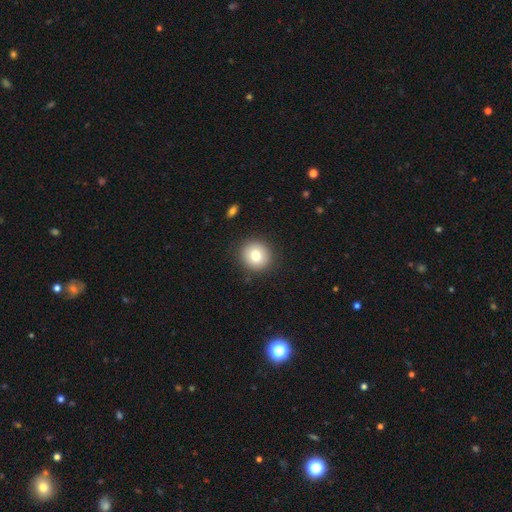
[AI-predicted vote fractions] Smooth or featured: smooth — 77% (featured or disk — 13%)
How rounded: round — 92% (in between — 7%)
Merging: none — 90% (minor disturbance — 7%)